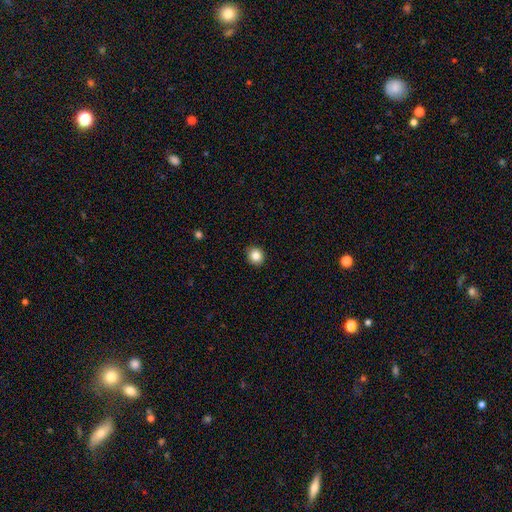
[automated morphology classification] Smooth or featured: smooth — 84% (star or artifact — 10%)
How rounded: round — 85% (in between — 14%)
Merging: none — 91% (minor disturbance — 6%)